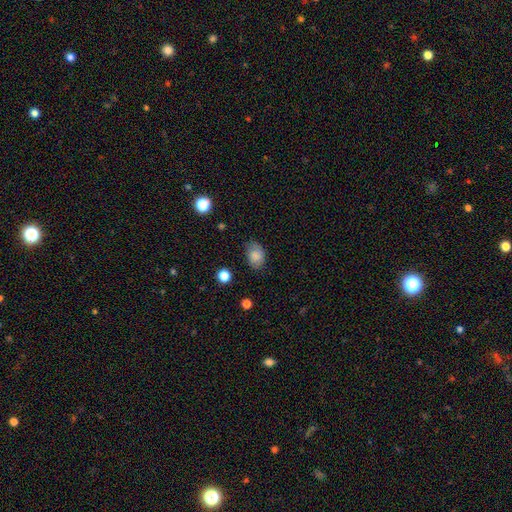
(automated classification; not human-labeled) Smooth or featured? Predicted: smooth (p=0.84). How rounded? Predicted: in between (p=0.78). Merging? Predicted: none (p=0.73).